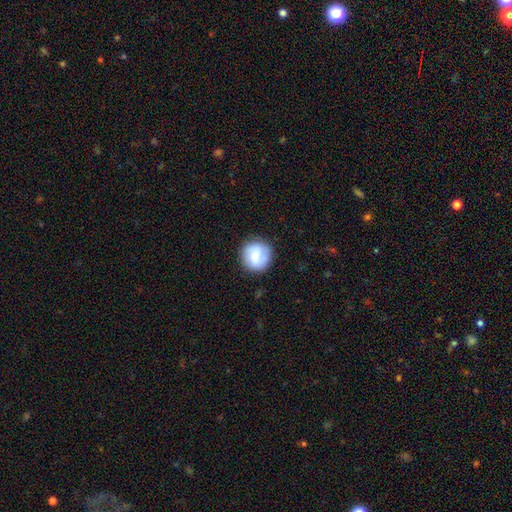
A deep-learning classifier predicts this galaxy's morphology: smooth-or-featured: smooth: 64% | featured or disk: 29% | star or artifact: 7%
  how-rounded: round: 91% | in between: 8% | cigar-shaped: 1%
  merging: none: 82% | minor disturbance: 13% | major disturbance: 4% | merger: 2%